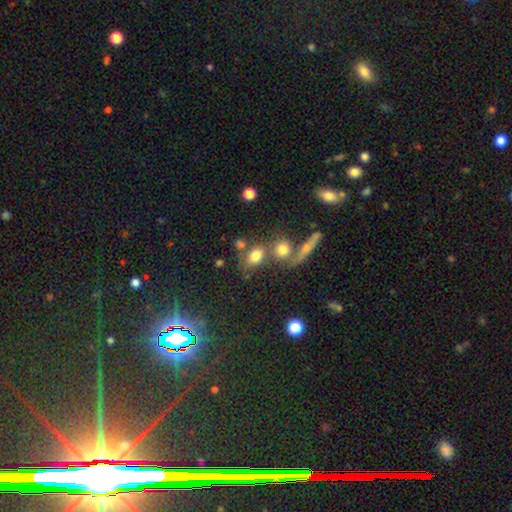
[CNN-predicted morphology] This is likely a smooth galaxy (75%). How rounded: likely in between (70%). Merging: possibly none (53%).